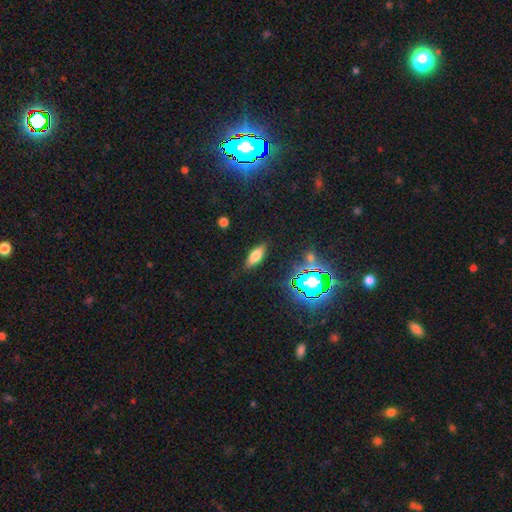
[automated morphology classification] Overall: smooth (67%). How rounded: in between (68%; cigar-shaped 29%). Merging: none (84%).